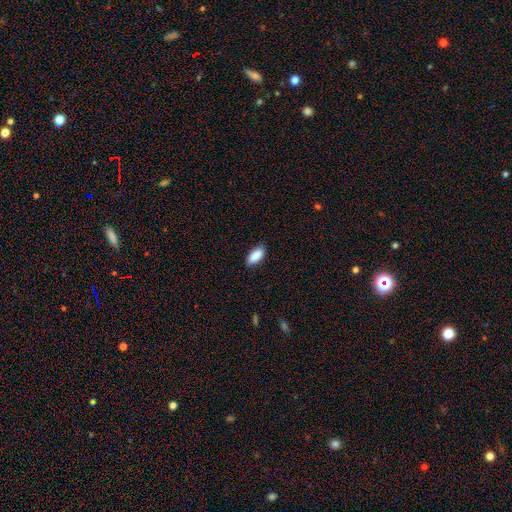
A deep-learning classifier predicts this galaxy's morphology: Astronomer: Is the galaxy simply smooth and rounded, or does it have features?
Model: smooth — 89%.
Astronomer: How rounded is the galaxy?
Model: in between — 87%.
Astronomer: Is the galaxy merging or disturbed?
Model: none — 84%.